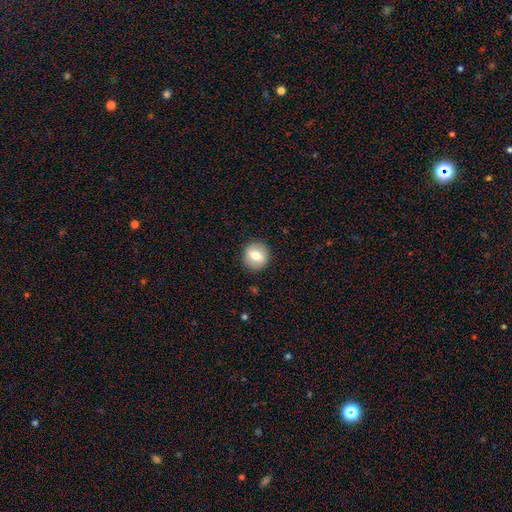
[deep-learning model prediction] Smooth or featured?
  - smooth: 71% *
  - featured or disk: 21%
  - star or artifact: 8%
How rounded?
  - round: 86% *
  - in between: 13%
  - cigar-shaped: 1%
Merging?
  - none: 90% *
  - minor disturbance: 7%
  - major disturbance: 2%
  - merger: 1%